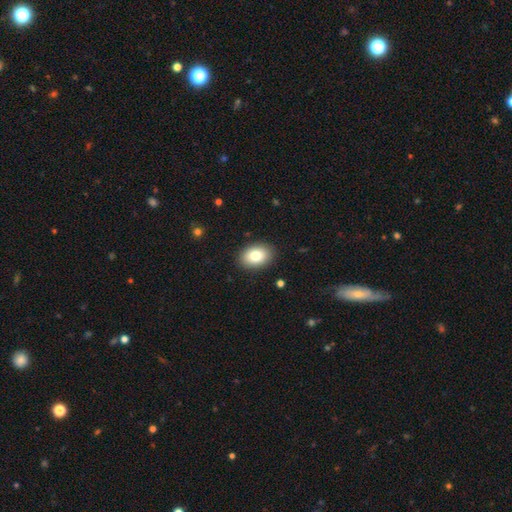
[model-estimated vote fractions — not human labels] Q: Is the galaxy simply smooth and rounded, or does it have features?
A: smooth — 81%.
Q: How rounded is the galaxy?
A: in between — 82%.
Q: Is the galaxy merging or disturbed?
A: none — 89%.